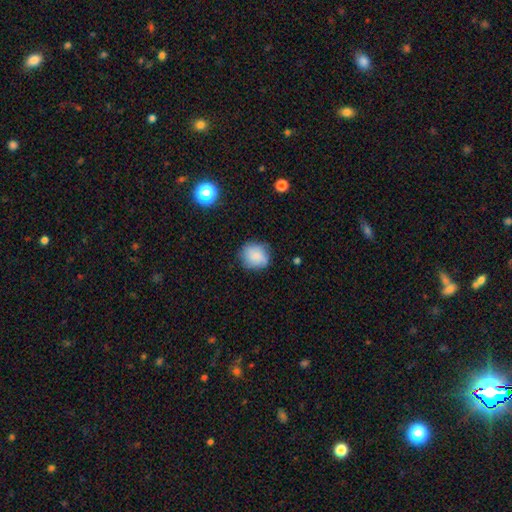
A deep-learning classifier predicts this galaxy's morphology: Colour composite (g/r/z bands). It shows a smooth galaxy with no disk features (82%) that is round (78%). Merging: none (74%).